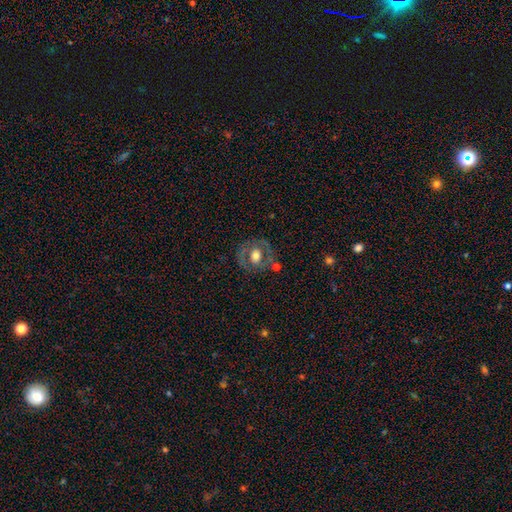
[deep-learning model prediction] Smooth or featured?
  - featured or disk: 49% *
  - smooth: 44%
  - star or artifact: 7%
Merging?
  - none: 67% *
  - minor disturbance: 17%
  - major disturbance: 9%
  - merger: 7%